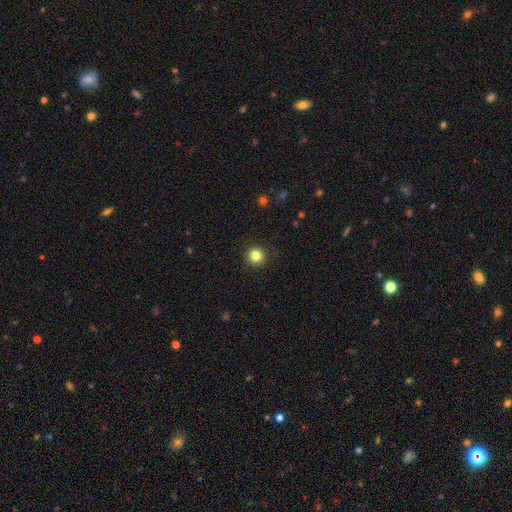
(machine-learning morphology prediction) smooth_or_featured: smooth (p=0.83) [alt: star or artifact p=0.11]
how_rounded: round (p=0.95) [alt: in between p=0.04]
merging: none (p=0.92) [alt: minor disturbance p=0.05]